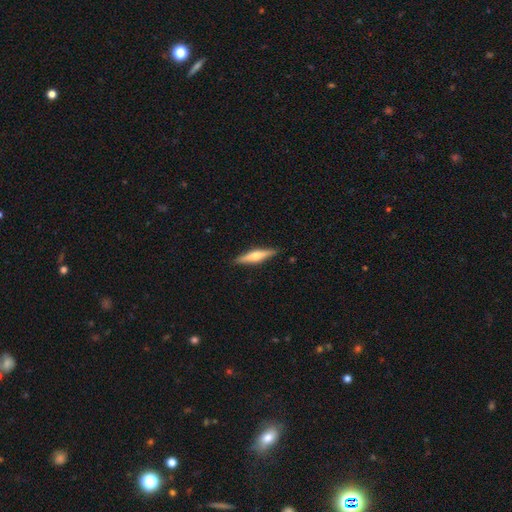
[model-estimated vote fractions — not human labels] Smooth or featured?
  - featured or disk: 54% *
  - smooth: 40%
  - star or artifact: 6%
Edge-on disk?
  - yes: 96% *
  - no: 4%
Edge-on bulge?
  - rounded: 89% *
  - boxy: 6%
  - none: 5%
Merging?
  - none: 89% *
  - minor disturbance: 8%
  - major disturbance: 2%
  - merger: 1%